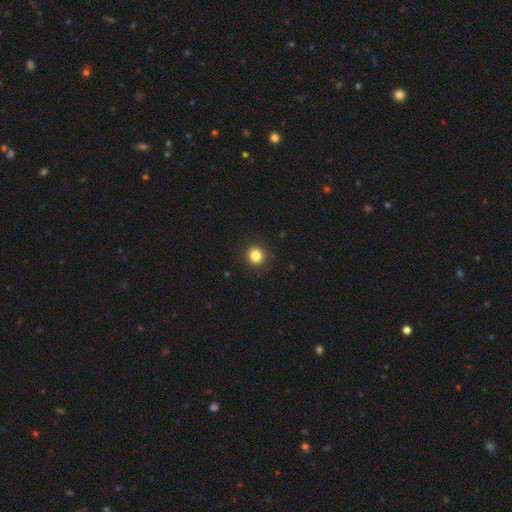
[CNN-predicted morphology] Smooth or featured?
  - smooth: 83% *
  - star or artifact: 12%
  - featured or disk: 5%
How rounded?
  - round: 93% *
  - in between: 6%
  - cigar-shaped: 1%
Merging?
  - none: 92% *
  - minor disturbance: 5%
  - major disturbance: 2%
  - merger: 1%